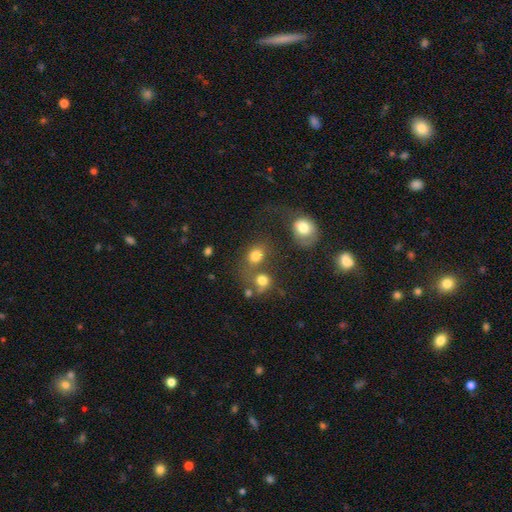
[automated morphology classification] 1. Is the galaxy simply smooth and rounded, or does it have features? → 77% smooth, 13% star or artifact, 10% featured or disk.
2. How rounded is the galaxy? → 56% round, 42% in between, 1% cigar-shaped.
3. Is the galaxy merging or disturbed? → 42% none, 35% merger, 12% minor disturbance, 11% major disturbance.